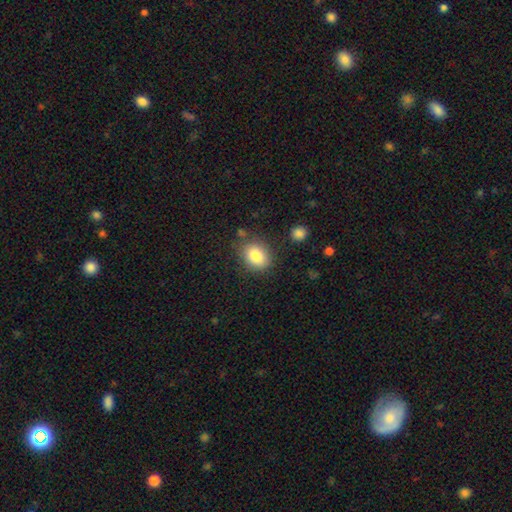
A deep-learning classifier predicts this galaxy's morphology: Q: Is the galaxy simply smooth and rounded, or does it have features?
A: smooth — 83%.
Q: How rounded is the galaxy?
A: in between — 61%.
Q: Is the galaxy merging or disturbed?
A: none — 79%.